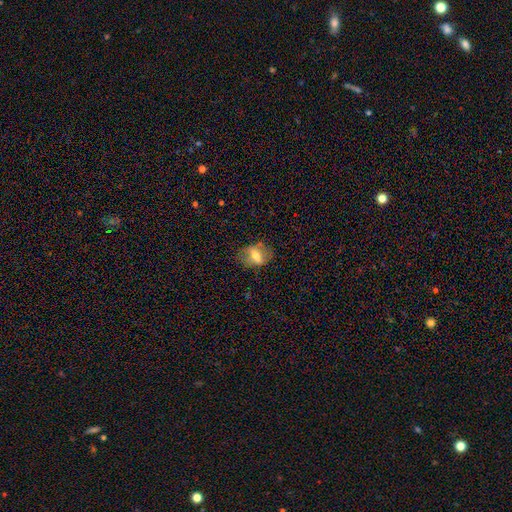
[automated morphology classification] smooth 46%, featured or disk 45%, star or artifact 9%. Down the decision tree: merging — none (71%).